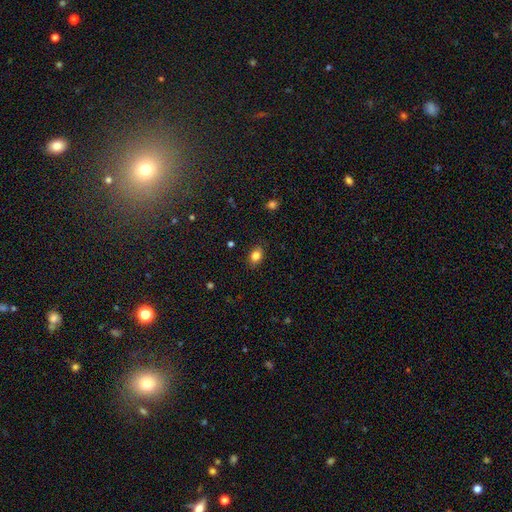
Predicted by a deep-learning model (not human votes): A smooth galaxy with no disk features (83%) that is in between round and cigar-shaped (73%).

Vote fractions:
- Smooth or featured? smooth: 83% / star or artifact: 10% / featured or disk: 7%
- How rounded? in between: 73% / round: 26% / cigar-shaped: 1%
- Merging? none: 85% / minor disturbance: 12% / major disturbance: 3% / merger: 1%